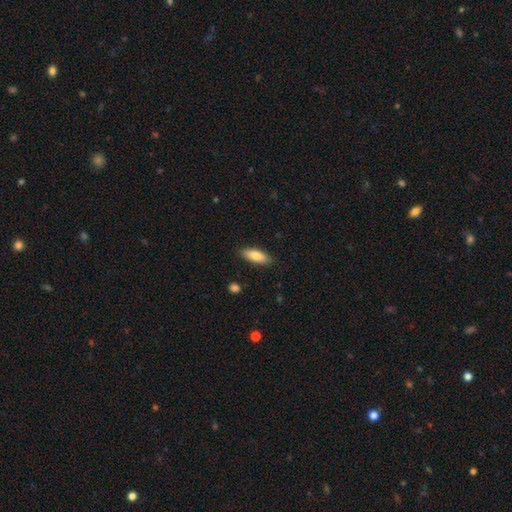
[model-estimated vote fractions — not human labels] Smooth or featured? smooth (82%)
How rounded? in between (64%)
Merging? none (87%)